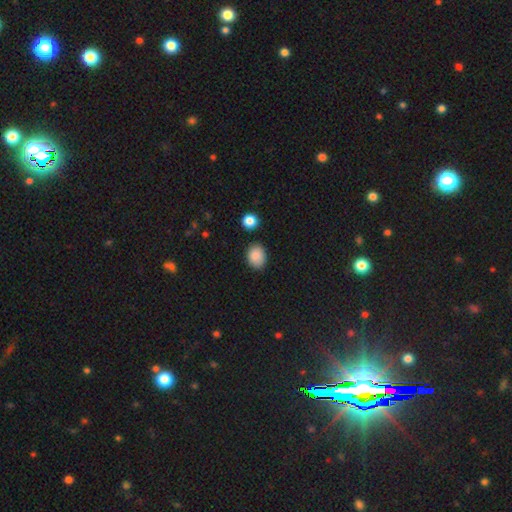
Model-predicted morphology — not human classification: Smooth or featured? Predicted: smooth (p=0.87). How rounded? Predicted: in between (p=0.62). Merging? Predicted: none (p=0.83).